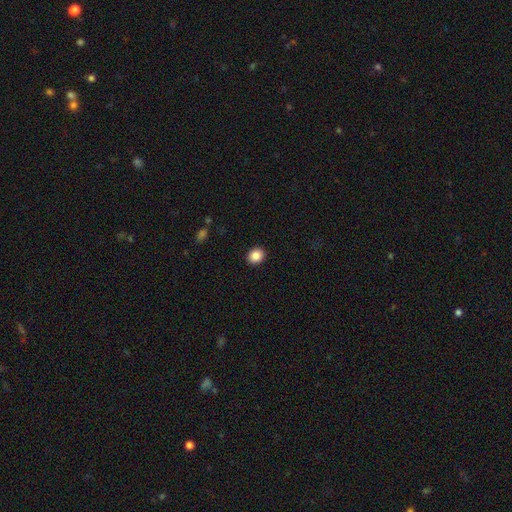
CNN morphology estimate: A smooth galaxy with no disk features (87%) that is round (61%).

Vote fractions:
- Smooth or featured? smooth: 87% / star or artifact: 9% / featured or disk: 5%
- How rounded? round: 61% / in between: 39% / cigar-shaped: 1%
- Merging? none: 92% / minor disturbance: 6% / major disturbance: 2% / merger: 1%